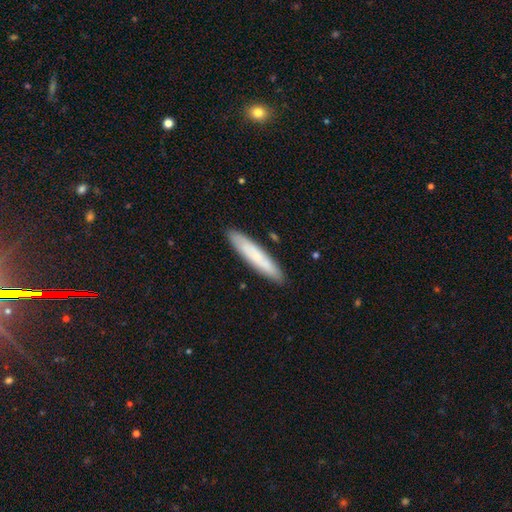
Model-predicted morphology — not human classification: This is likely a smooth galaxy (71%). How rounded: clearly cigar-shaped (90%). Merging: clearly none (89%).